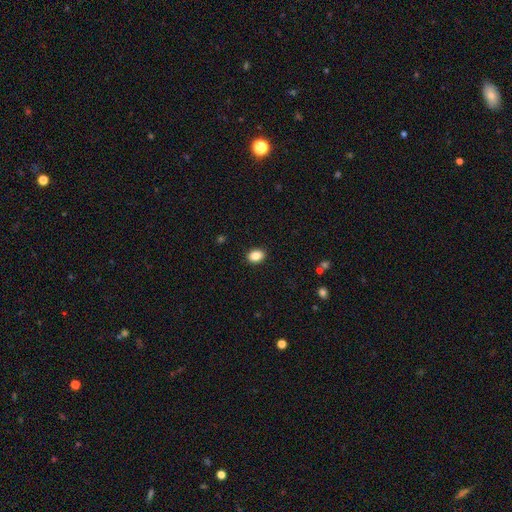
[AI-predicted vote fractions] Overall: smooth (87%). How rounded: in between (70%). Merging: none (91%).